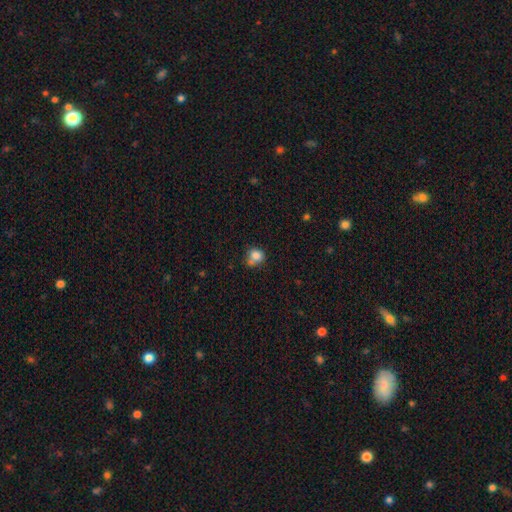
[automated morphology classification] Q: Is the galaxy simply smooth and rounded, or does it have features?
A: smooth — 81%.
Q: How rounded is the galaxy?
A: round — 73%.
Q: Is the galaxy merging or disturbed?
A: none — 47%.